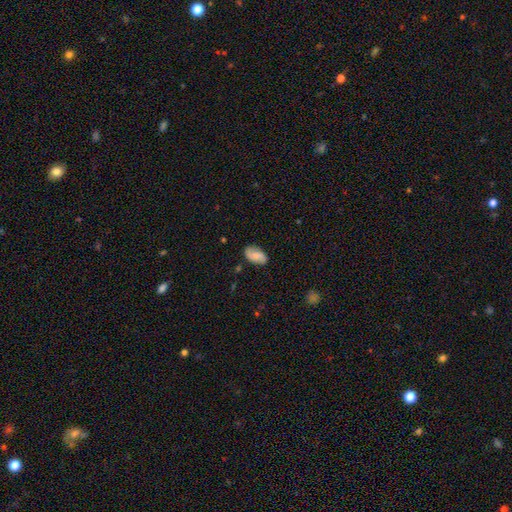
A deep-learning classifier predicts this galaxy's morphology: smooth 65%, featured or disk 28%, star or artifact 7%. Down the decision tree: how rounded — in between (94%); merging — none (79%).